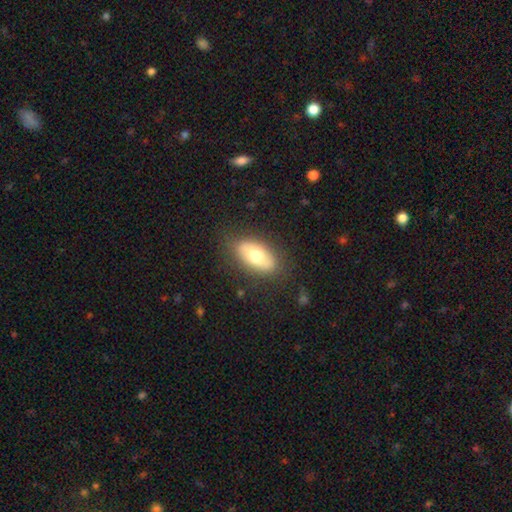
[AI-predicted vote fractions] Smooth or featured: smooth — 65% (featured or disk — 29%)
How rounded: in between — 90% (cigar-shaped — 5%)
Merging: none — 82% (minor disturbance — 13%)